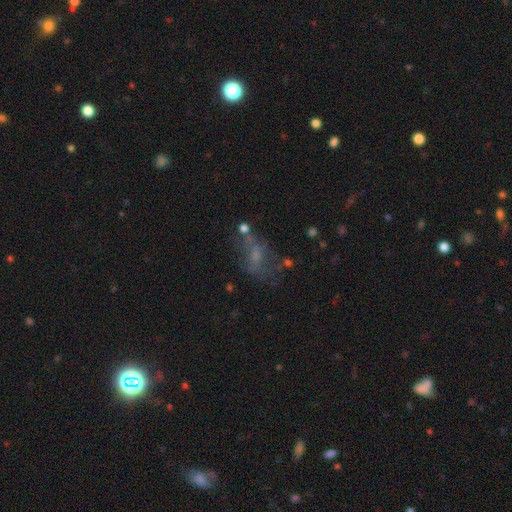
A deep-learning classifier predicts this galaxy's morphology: Overall: featured or disk (40%; smooth 37%). Merging: none (43%; major disturbance 27%).